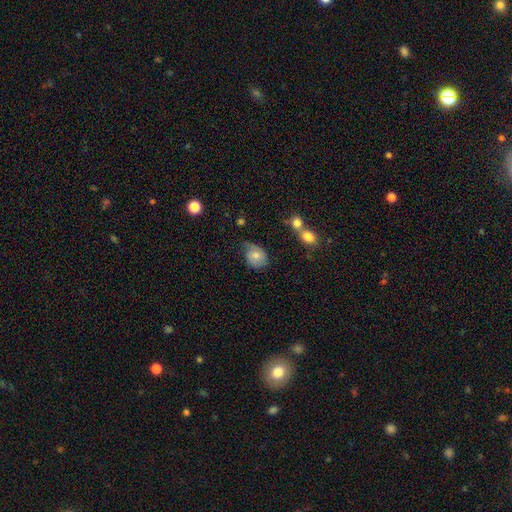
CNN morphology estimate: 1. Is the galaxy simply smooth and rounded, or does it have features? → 63% smooth, 29% featured or disk, 8% star or artifact.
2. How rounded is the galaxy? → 52% round, 47% in between, 1% cigar-shaped.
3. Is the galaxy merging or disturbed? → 48% none, 34% minor disturbance, 13% major disturbance, 4% merger.